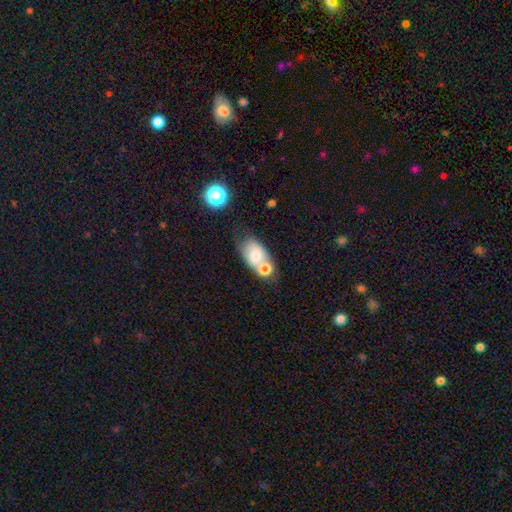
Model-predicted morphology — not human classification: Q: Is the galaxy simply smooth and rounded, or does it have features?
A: smooth — 67%.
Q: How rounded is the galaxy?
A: in between — 83%.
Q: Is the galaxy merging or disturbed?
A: merger — 47%.